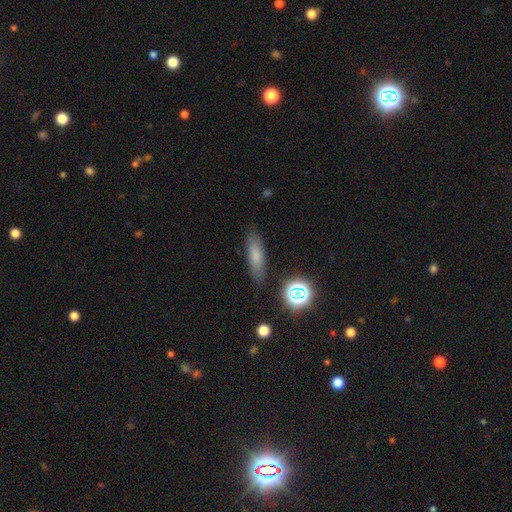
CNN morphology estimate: Smooth or featured: smooth — 73% (featured or disk — 15%)
How rounded: cigar-shaped — 54% (in between — 42%)
Merging: none — 84% (minor disturbance — 11%)